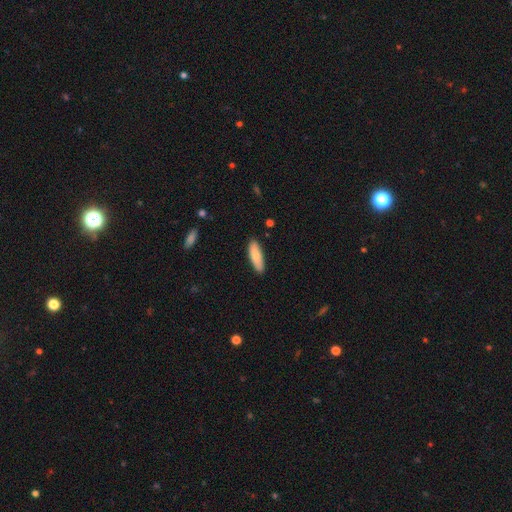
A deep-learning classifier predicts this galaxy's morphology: Overall: smooth (82%). How rounded: cigar-shaped (50%; in between 48%). Merging: none (88%).